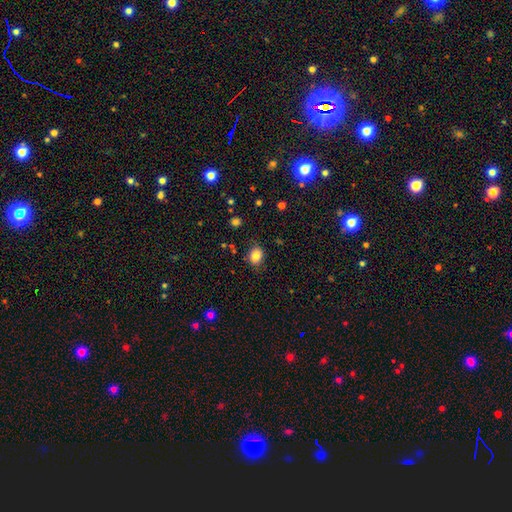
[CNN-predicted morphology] Q: Smooth or featured?
A: smooth (83%); runner-up: star or artifact (10%)
Q: How rounded?
A: round (53%); runner-up: in between (46%)
Q: Merging?
A: none (81%); runner-up: minor disturbance (14%)